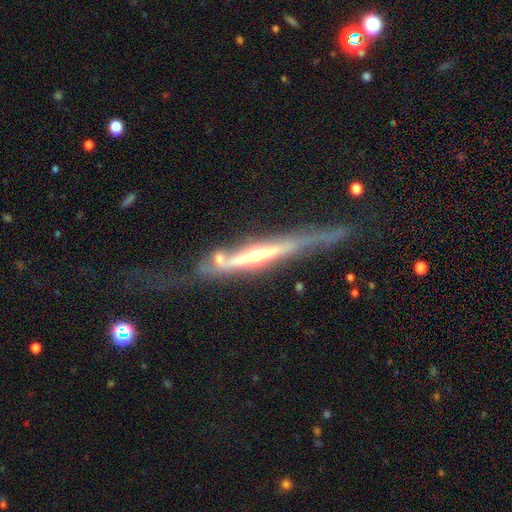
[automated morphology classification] featured or disk 83%, smooth 12%, star or artifact 5%. Down the decision tree: edge-on disk — yes (92%); edge-on bulge — rounded (78%); merging — none (47%).